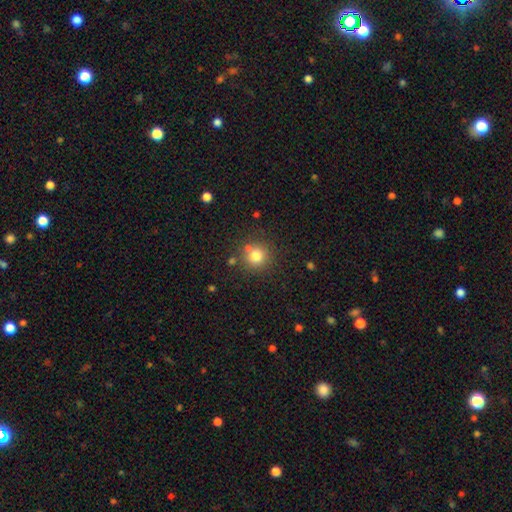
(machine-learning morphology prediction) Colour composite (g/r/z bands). It shows a smooth galaxy with no disk features (78%) that is round (93%). Merging: none (77%).